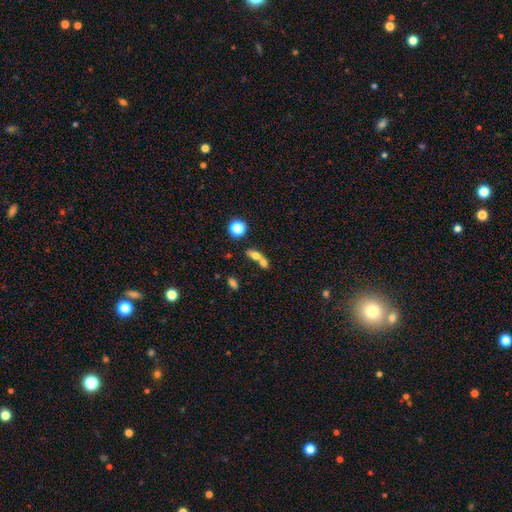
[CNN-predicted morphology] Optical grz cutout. It shows a smooth galaxy with no disk features (65%) that is in between round and cigar-shaped (57%). Merging: merger (64%).